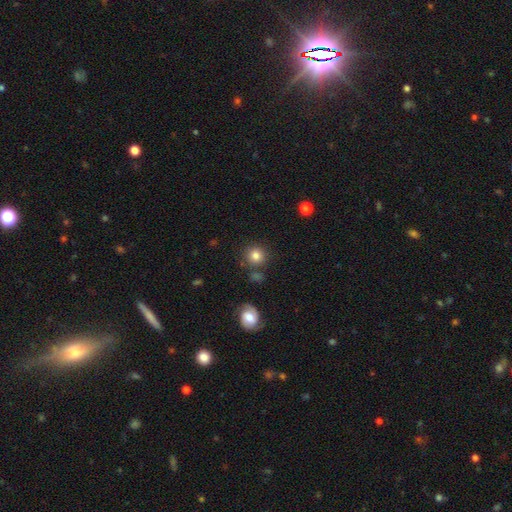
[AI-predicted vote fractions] This appears to be a smooth galaxy with no disk features (82%) that is round (90%). Merging: none (80%).